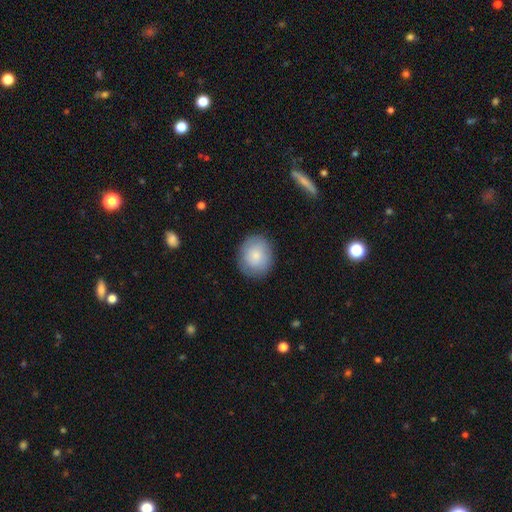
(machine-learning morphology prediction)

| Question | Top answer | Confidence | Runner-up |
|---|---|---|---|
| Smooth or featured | smooth | 80% | featured or disk (13%) |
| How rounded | round | 62% | in between (37%) |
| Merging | none | 84% | minor disturbance (12%) |